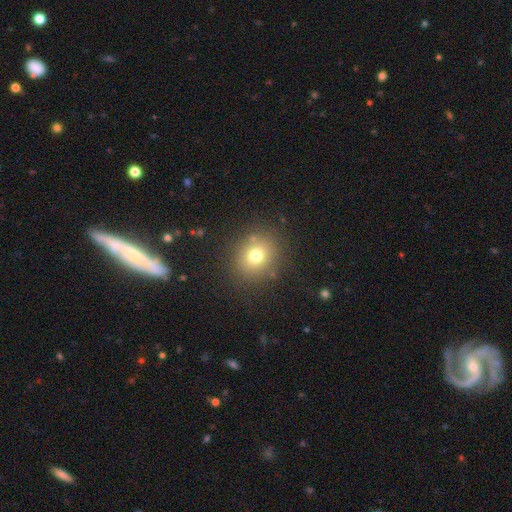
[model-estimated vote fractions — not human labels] Smooth or featured? Predicted: smooth (p=0.73). How rounded? Predicted: round (p=0.78). Merging? Predicted: none (p=0.84).